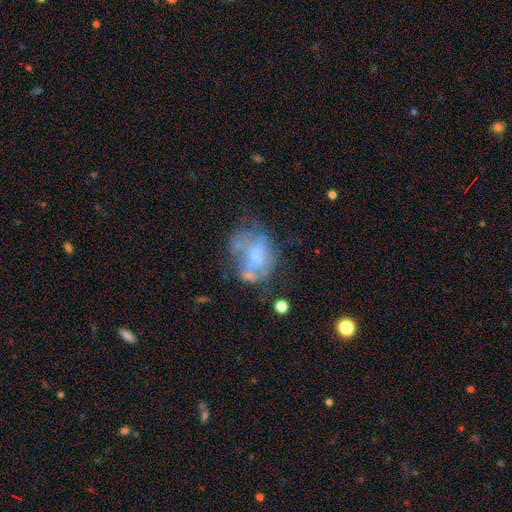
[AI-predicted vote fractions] This is possibly a featured or disk galaxy (58%). It is clearly not viewed edge-on (98%). Bar: clearly no (84%). Spiral arm pattern: likely no (79%). Central bulge: marginally small (41%). Merging: marginally none (38%).